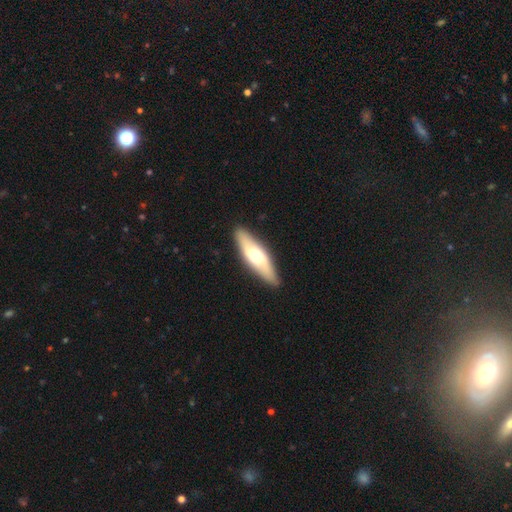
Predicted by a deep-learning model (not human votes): smooth-or-featured: featured or disk: 48% | smooth: 47% | star or artifact: 5%
  merging: none: 87% | minor disturbance: 10% | major disturbance: 2% | merger: 1%